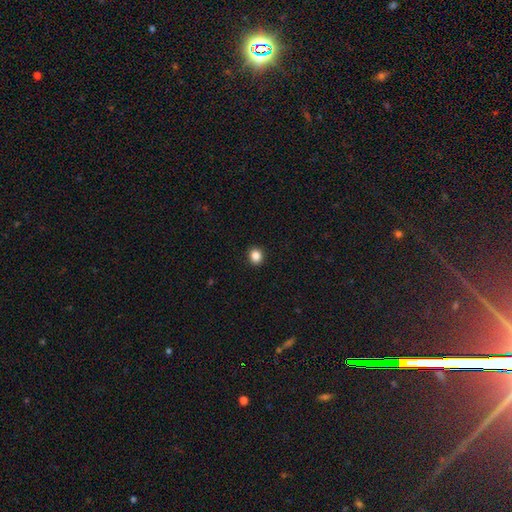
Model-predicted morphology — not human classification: Smooth or featured: smooth — 87% (star or artifact — 10%)
How rounded: round — 71% (in between — 28%)
Merging: none — 92% (minor disturbance — 5%)